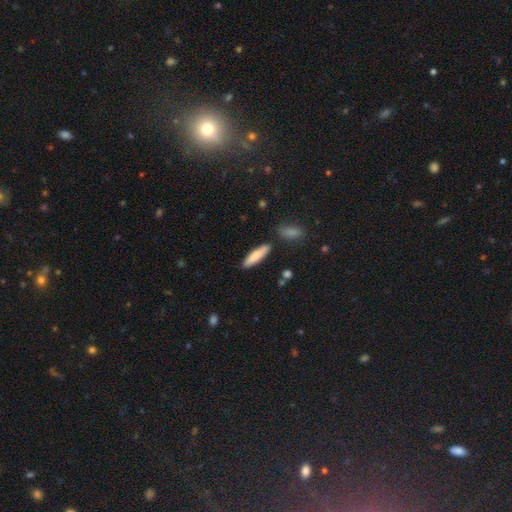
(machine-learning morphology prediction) smooth_or_featured: smooth (p=0.80) [alt: featured or disk p=0.14]
how_rounded: cigar-shaped (p=0.69) [alt: in between p=0.30]
merging: none (p=0.84) [alt: minor disturbance p=0.10]